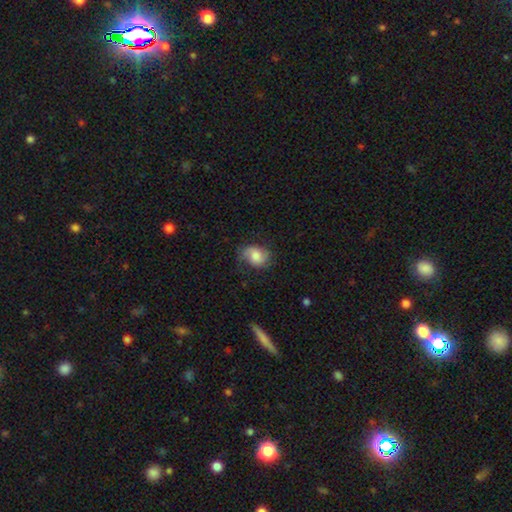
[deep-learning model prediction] Smooth or featured?
  - smooth: 49% *
  - featured or disk: 43%
  - star or artifact: 8%
Merging?
  - none: 62% *
  - minor disturbance: 26%
  - major disturbance: 11%
  - merger: 1%